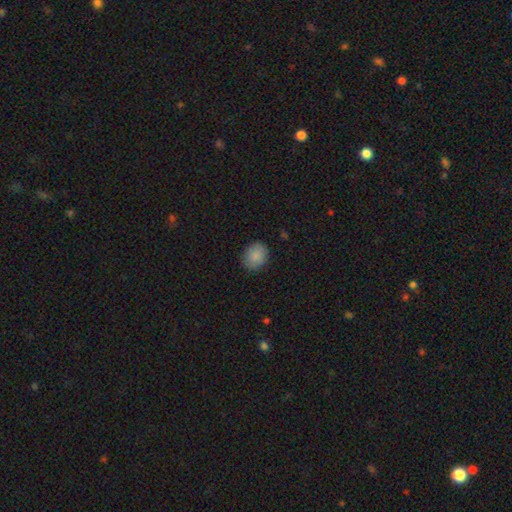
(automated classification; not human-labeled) Smooth or featured? Predicted: smooth (p=0.88). How rounded? Predicted: round (p=0.57). Merging? Predicted: none (p=0.86).